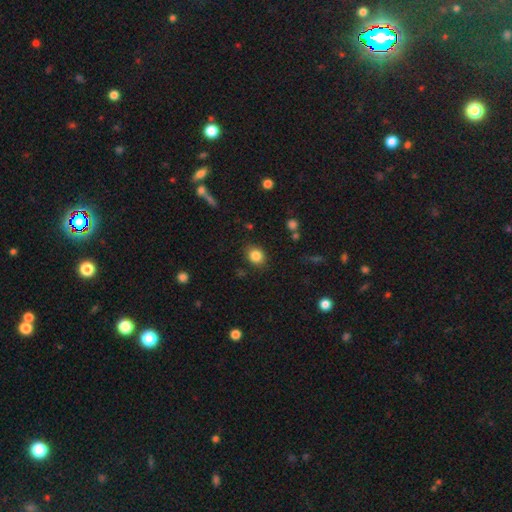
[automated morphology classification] Q: Smooth or featured?
A: smooth (85%); runner-up: star or artifact (10%)
Q: How rounded?
A: round (61%); runner-up: in between (38%)
Q: Merging?
A: none (84%); runner-up: minor disturbance (11%)